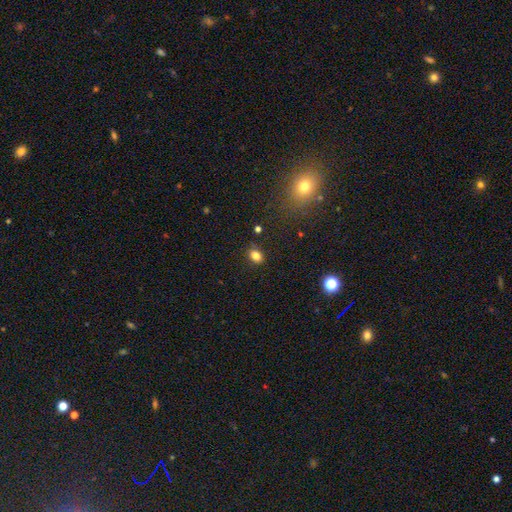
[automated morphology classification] This is clearly a smooth galaxy (82%). How rounded: likely in between (70%). Merging: clearly none (83%).